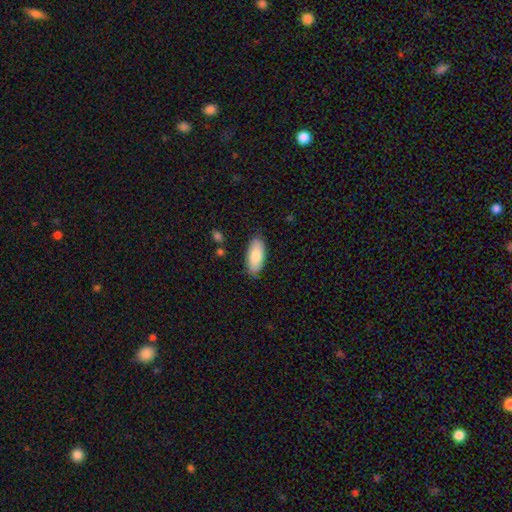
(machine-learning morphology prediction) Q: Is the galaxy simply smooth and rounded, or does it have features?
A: smooth — 84%.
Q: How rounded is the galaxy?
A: in between — 87%.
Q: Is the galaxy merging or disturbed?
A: none — 83%.